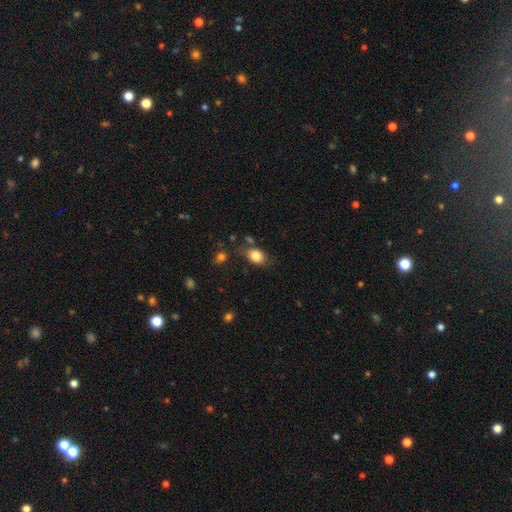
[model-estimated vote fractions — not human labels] This appears to be a smooth galaxy with no disk features (84%) that is in between round and cigar-shaped (77%). Merging: none (68%).